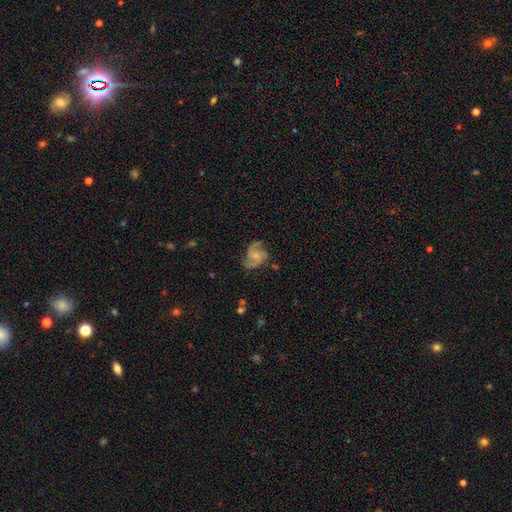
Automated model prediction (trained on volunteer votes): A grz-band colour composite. It shows a featured or disk galaxy (71%) with no bar (71%), 2 (45%) medium (50%) spiral arms (92%) and a small central bulge (61%). Merging: none (60%).